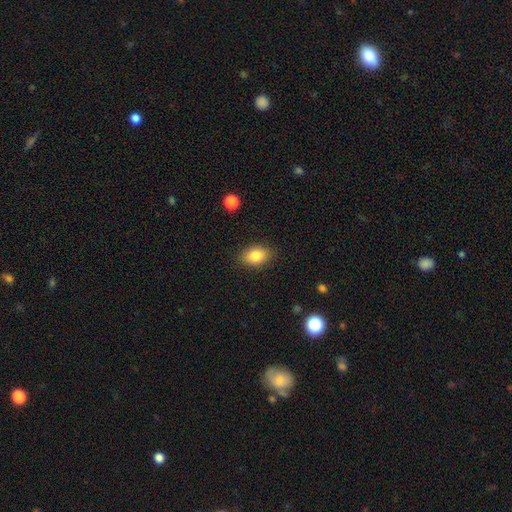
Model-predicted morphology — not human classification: Smooth or featured? smooth (85%)
How rounded? in between (81%)
Merging? none (86%)